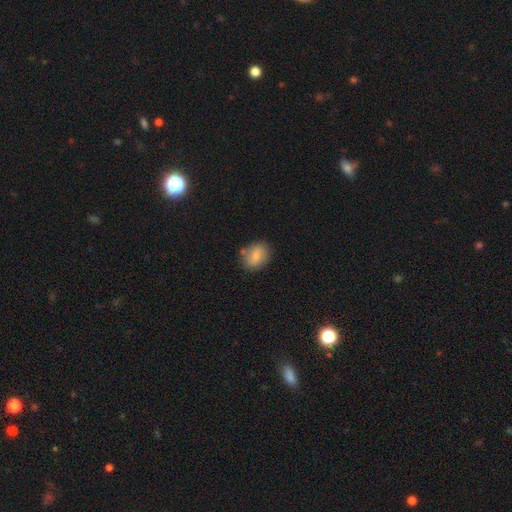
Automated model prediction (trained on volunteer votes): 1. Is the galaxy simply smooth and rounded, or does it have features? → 75% smooth, 17% featured or disk, 8% star or artifact.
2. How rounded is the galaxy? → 54% in between, 44% round, 1% cigar-shaped.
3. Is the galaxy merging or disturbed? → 75% none, 15% minor disturbance, 7% merger, 4% major disturbance.